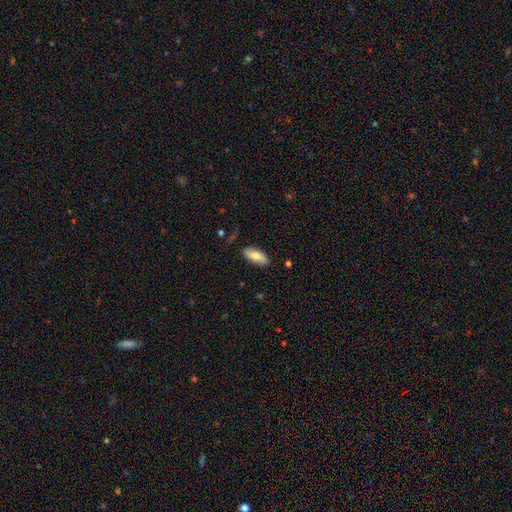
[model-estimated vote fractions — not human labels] Q: Smooth or featured?
A: smooth (71%); runner-up: featured or disk (23%)
Q: How rounded?
A: in between (79%); runner-up: cigar-shaped (19%)
Q: Merging?
A: none (83%); runner-up: minor disturbance (14%)